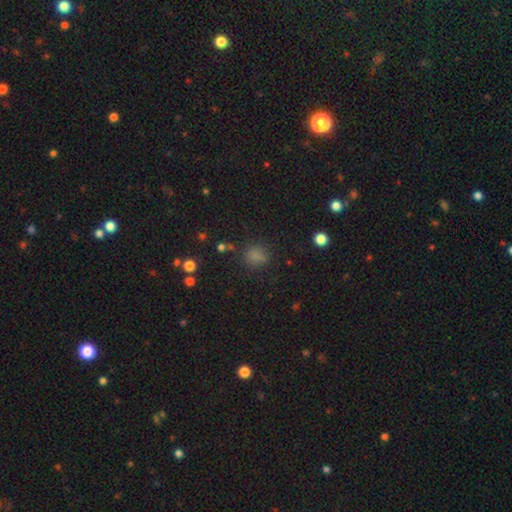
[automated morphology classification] Smooth or featured?
  - smooth: 72% *
  - star or artifact: 21%
  - featured or disk: 7%
How rounded?
  - round: 70% *
  - in between: 29%
  - cigar-shaped: 1%
Merging?
  - none: 73% *
  - minor disturbance: 16%
  - major disturbance: 7%
  - merger: 4%